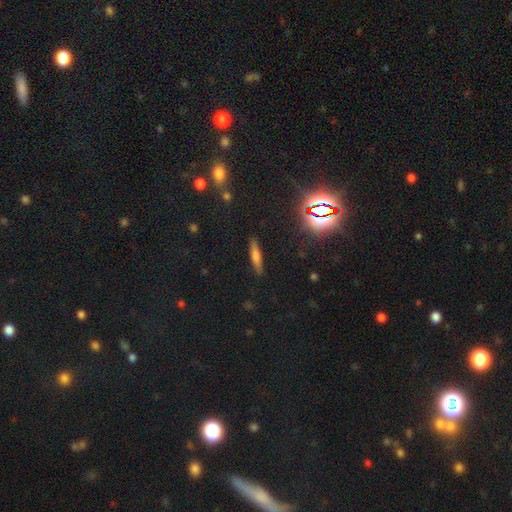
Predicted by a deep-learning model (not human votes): This appears to be a smooth galaxy with no disk features (56%) that is cigar-shaped (84%). Merging: none (87%).